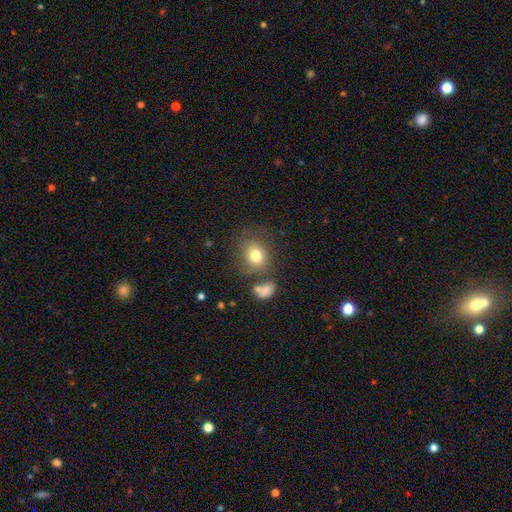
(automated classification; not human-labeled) smooth 79%, star or artifact 11%, featured or disk 10%. Down the decision tree: how rounded — round (64%); merging — none (65%).